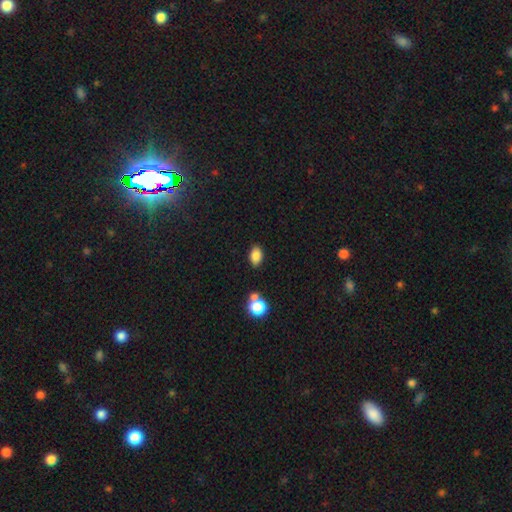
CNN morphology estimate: Overall: smooth (84%). How rounded: in between (86%). Merging: none (81%).